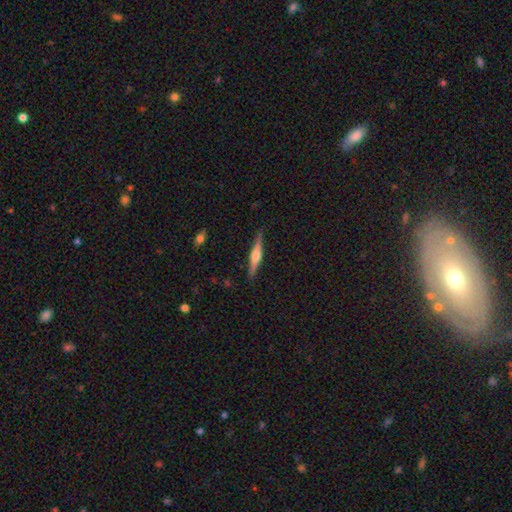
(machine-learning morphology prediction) Smooth or featured? featured or disk (63%)
Edge-on disk? yes (97%)
Edge-on bulge? rounded (85%)
Merging? none (88%)